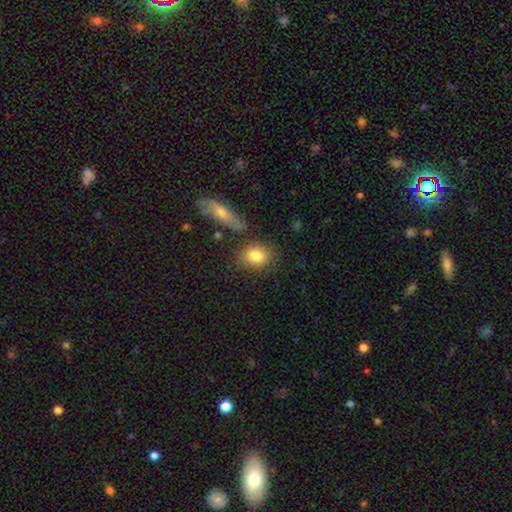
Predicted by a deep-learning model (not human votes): Smooth or featured? smooth (81%)
How rounded? in between (56%)
Merging? none (77%)